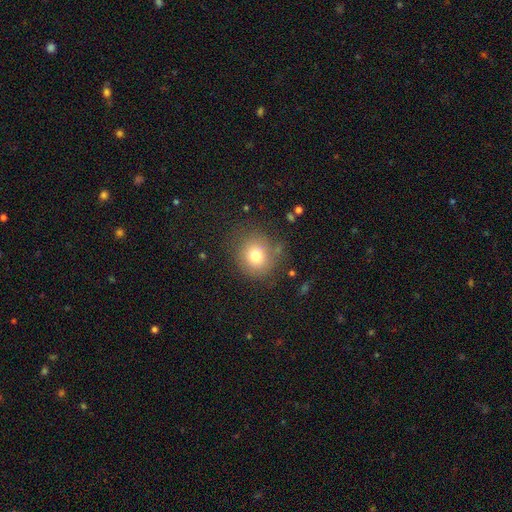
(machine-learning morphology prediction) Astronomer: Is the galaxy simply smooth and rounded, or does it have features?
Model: smooth — 76%.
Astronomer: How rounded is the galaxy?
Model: round — 82%.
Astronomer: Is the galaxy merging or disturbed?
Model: none — 78%.